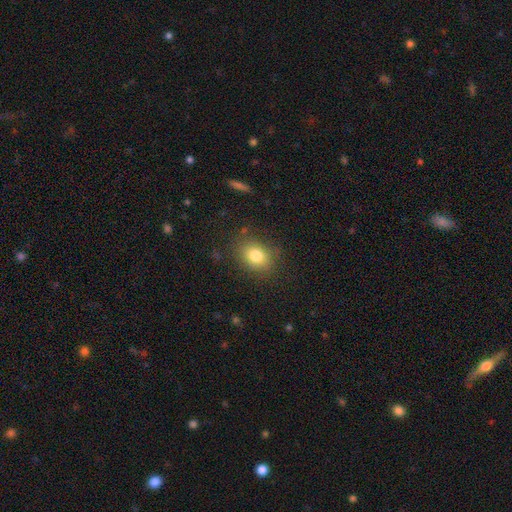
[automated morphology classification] Smooth or featured?
  - smooth: 80% *
  - star or artifact: 11%
  - featured or disk: 9%
How rounded?
  - in between: 50% *
  - round: 49%
  - cigar-shaped: 1%
Merging?
  - none: 82% *
  - minor disturbance: 13%
  - major disturbance: 4%
  - merger: 2%